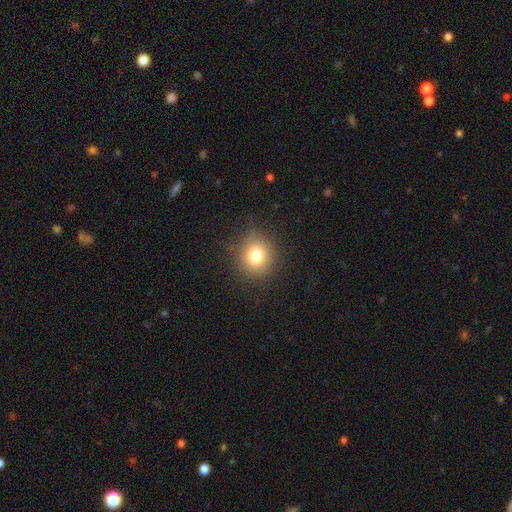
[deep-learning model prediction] This appears to be a smooth galaxy with no disk features (78%) that is round (84%). Merging: none (87%).